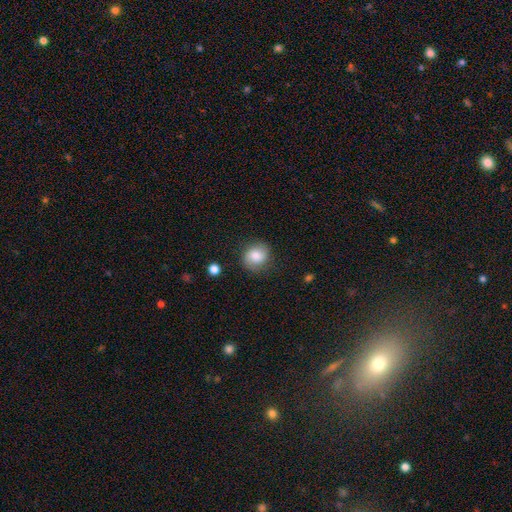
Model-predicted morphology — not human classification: Overall: smooth (78%). How rounded: round (77%). Merging: none (79%).